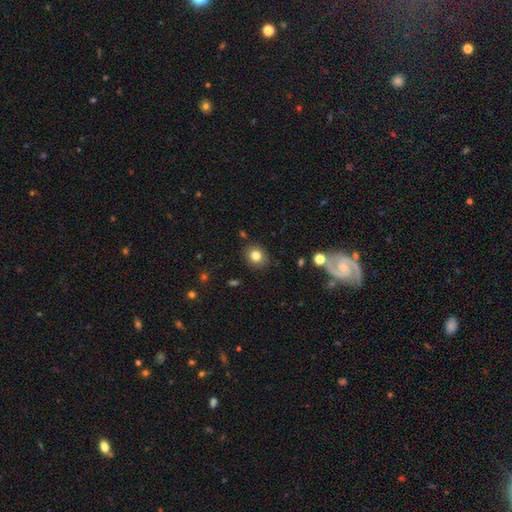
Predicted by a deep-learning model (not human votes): Q: Smooth or featured?
A: smooth (80%); runner-up: star or artifact (12%)
Q: How rounded?
A: round (74%); runner-up: in between (26%)
Q: Merging?
A: none (86%); runner-up: minor disturbance (10%)